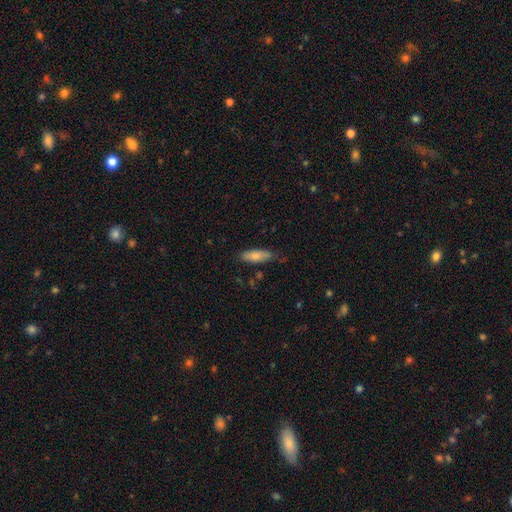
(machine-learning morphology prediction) Smooth or featured? smooth (75%)
How rounded? in between (57%)
Merging? none (75%)